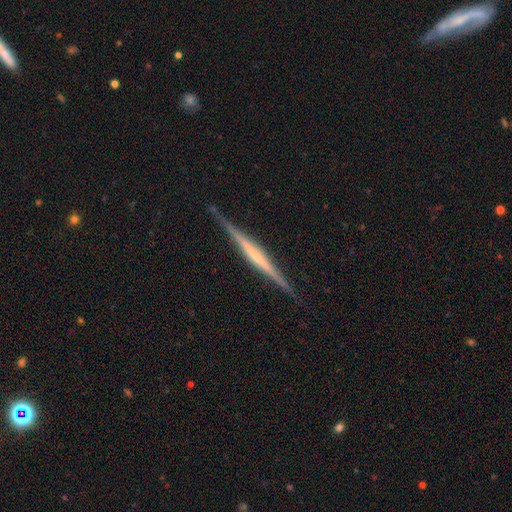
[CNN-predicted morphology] This is likely a featured or disk galaxy (76%). It is clearly viewed edge-on (98%). Edge-on bulge: possibly none (57%). Merging: clearly none (89%).